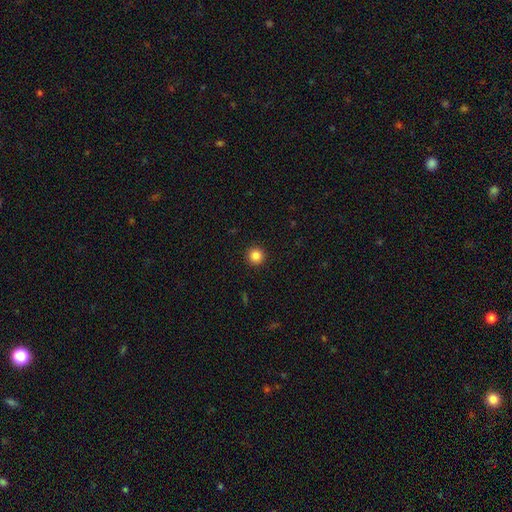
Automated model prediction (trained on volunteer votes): A smooth galaxy with no disk features (86%) that is round (96%). Merging: none (94%).